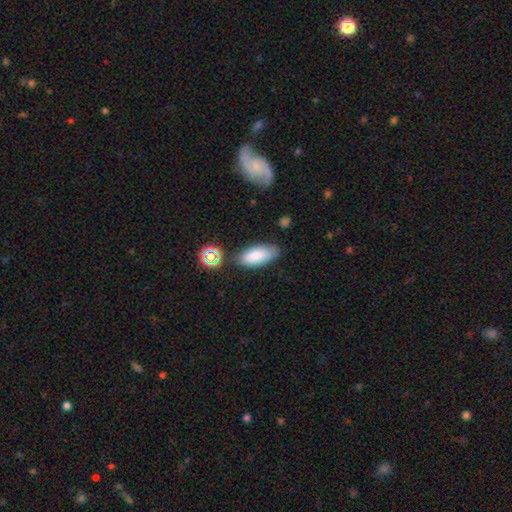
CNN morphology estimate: The model was most divided on "merging": none: 79%, minor disturbance: 13%, merger: 4%, major disturbance: 3%. More confident: how rounded — in between (87%); smooth or featured — smooth (85%).